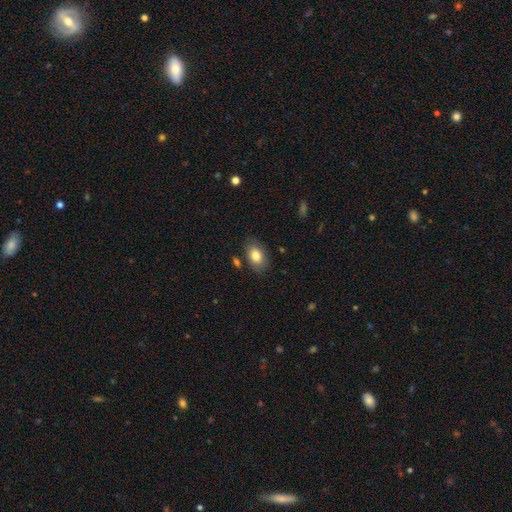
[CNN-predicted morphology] A smooth galaxy with no disk features (82%) that is in between round and cigar-shaped (87%). Merging: none (77%).